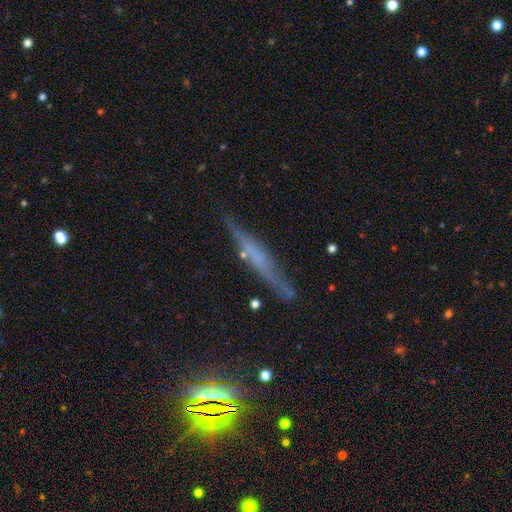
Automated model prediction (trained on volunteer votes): Smooth or featured?
  - featured or disk: 57% *
  - smooth: 30%
  - star or artifact: 13%
Edge-on disk?
  - yes: 88% *
  - no: 12%
Edge-on bulge?
  - none: 55% *
  - rounded: 23%
  - boxy: 21%
Merging?
  - none: 71% *
  - minor disturbance: 20%
  - major disturbance: 6%
  - merger: 3%